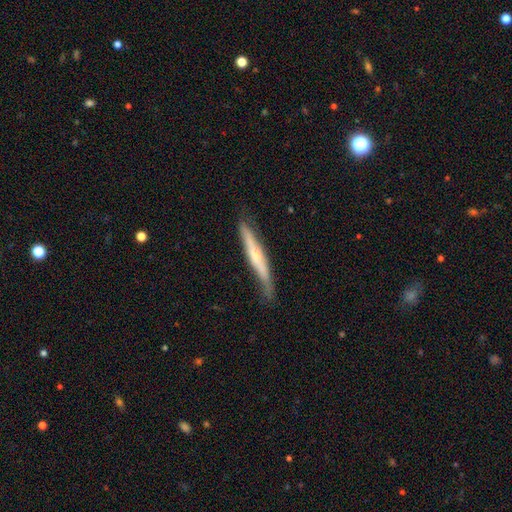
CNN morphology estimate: featured or disk 57%, smooth 38%, star or artifact 5%. Down the decision tree: edge-on disk — yes (92%); edge-on bulge — rounded (64%); merging — none (73%).